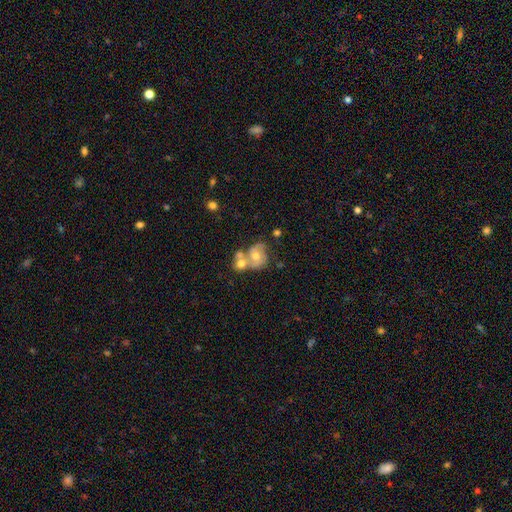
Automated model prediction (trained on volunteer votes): Overall: featured or disk (59%; smooth 32%). Edge-on disk: no (97%). Bar: no (68%). Spiral arms: yes (78%). Bulge size: moderate (64%; small 26%). Merging: merger (53%; none 27%).